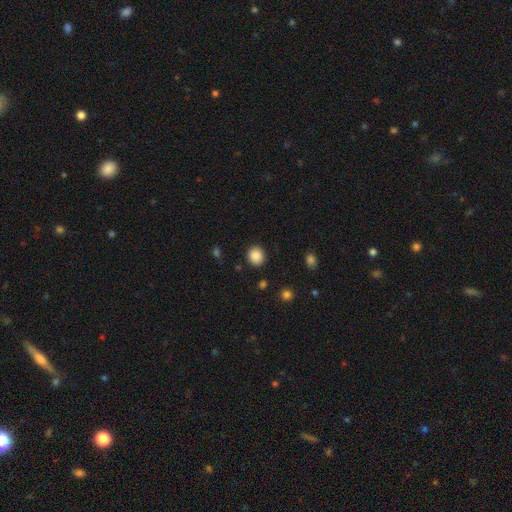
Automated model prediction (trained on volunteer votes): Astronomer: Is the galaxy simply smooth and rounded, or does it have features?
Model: smooth — 87%.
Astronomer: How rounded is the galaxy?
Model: round — 78%.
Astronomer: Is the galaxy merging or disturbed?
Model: none — 89%.